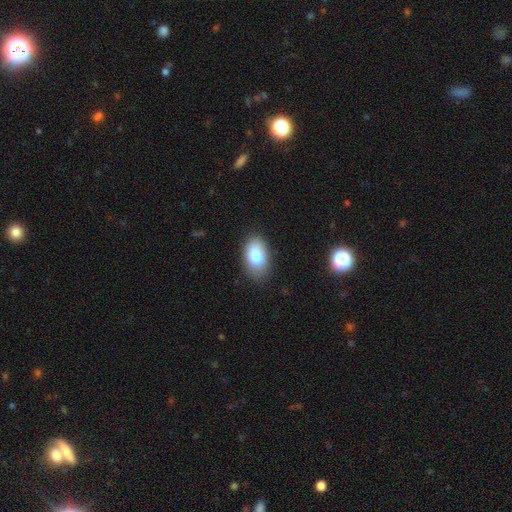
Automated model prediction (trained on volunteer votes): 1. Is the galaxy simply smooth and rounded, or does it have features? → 83% smooth, 9% featured or disk, 8% star or artifact.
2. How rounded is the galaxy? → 93% in between, 5% round, 2% cigar-shaped.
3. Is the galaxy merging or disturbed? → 79% none, 15% minor disturbance, 4% major disturbance, 2% merger.